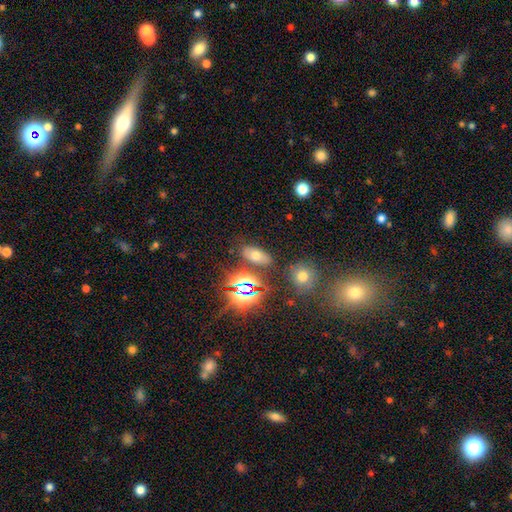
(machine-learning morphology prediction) Q: Smooth or featured?
A: smooth (50%); runner-up: star or artifact (34%)
Q: How rounded?
A: in between (82%); runner-up: round (10%)
Q: Merging?
A: none (81%); runner-up: minor disturbance (10%)